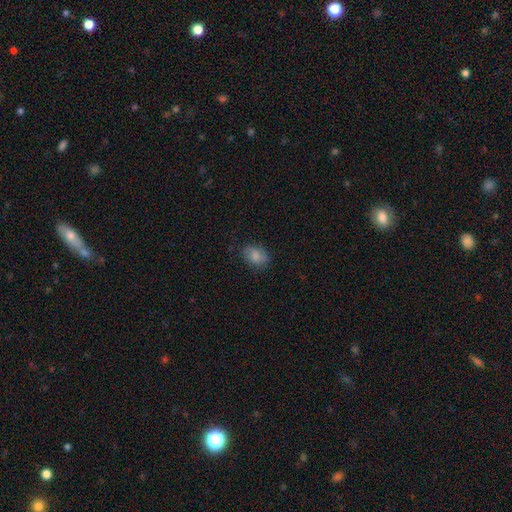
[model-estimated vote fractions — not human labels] Smooth or featured?
  - smooth: 79% *
  - featured or disk: 13%
  - star or artifact: 9%
How rounded?
  - in between: 75% *
  - round: 23%
  - cigar-shaped: 1%
Merging?
  - none: 72% *
  - minor disturbance: 20%
  - major disturbance: 6%
  - merger: 1%